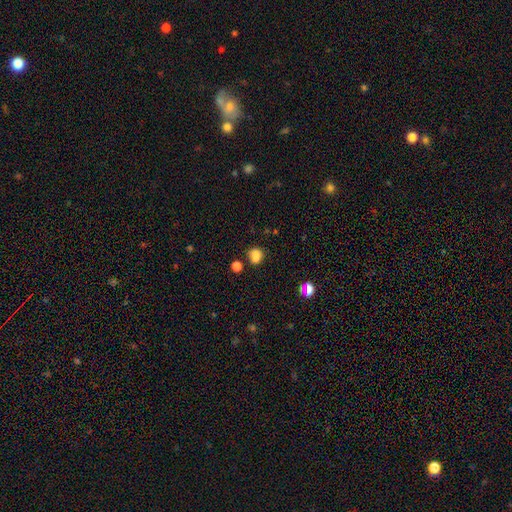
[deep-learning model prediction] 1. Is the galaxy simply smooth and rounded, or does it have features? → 74% smooth, 14% star or artifact, 12% featured or disk.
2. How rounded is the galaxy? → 67% round, 32% in between, 1% cigar-shaped.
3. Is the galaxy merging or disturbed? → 42% none, 40% merger, 12% minor disturbance, 6% major disturbance.